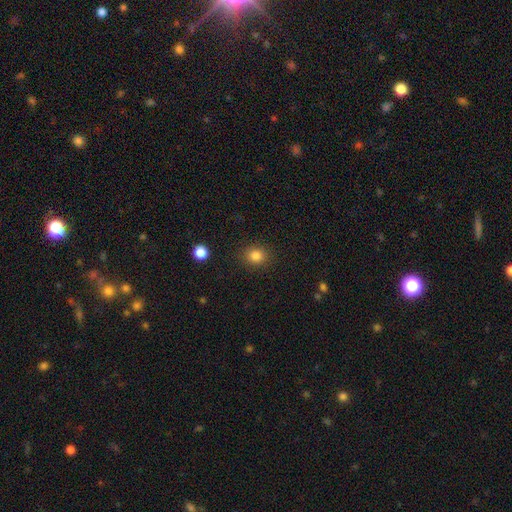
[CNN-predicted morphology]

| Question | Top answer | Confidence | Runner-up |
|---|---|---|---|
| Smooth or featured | smooth | 84% | star or artifact (11%) |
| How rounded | round | 74% | in between (25%) |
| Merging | none | 88% | minor disturbance (8%) |